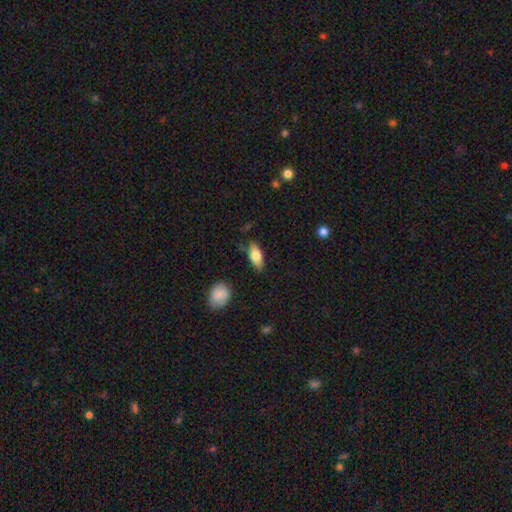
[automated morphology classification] smooth-or-featured: smooth: 78% | featured or disk: 15% | star or artifact: 7%
  how-rounded: in between: 85% | cigar-shaped: 12% | round: 3%
  merging: none: 79% | minor disturbance: 16% | major disturbance: 3% | merger: 2%